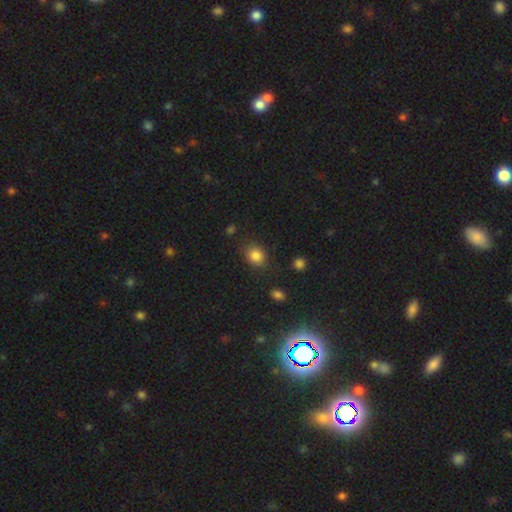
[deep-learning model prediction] Morphology: type=smooth (83%); roundness=round (56%); merging=none (80%).